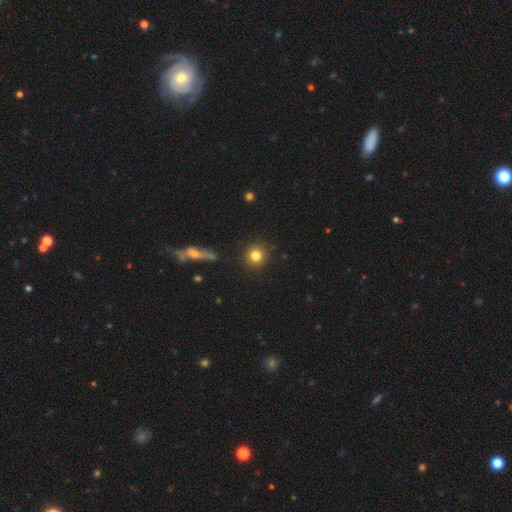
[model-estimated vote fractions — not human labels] smooth_or_featured: smooth (p=0.82) [alt: star or artifact p=0.11]
how_rounded: round (p=0.93) [alt: in between p=0.06]
merging: none (p=0.90) [alt: minor disturbance p=0.06]